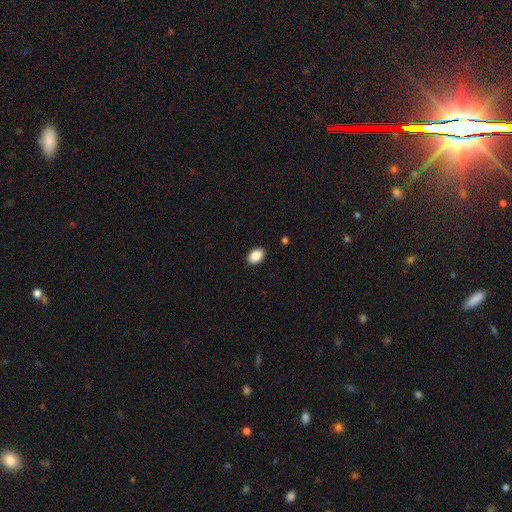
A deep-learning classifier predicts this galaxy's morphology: Smooth or featured: smooth — 89% (star or artifact — 8%)
How rounded: in between — 81% (round — 18%)
Merging: none — 90% (minor disturbance — 8%)